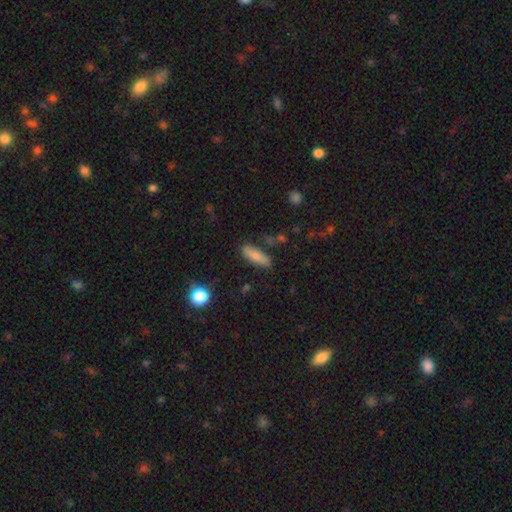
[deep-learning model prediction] The model was most divided on "how rounded": in between: 56%, cigar-shaped: 41%, round: 3%. More confident: merging — none (80%); smooth or featured — smooth (79%).